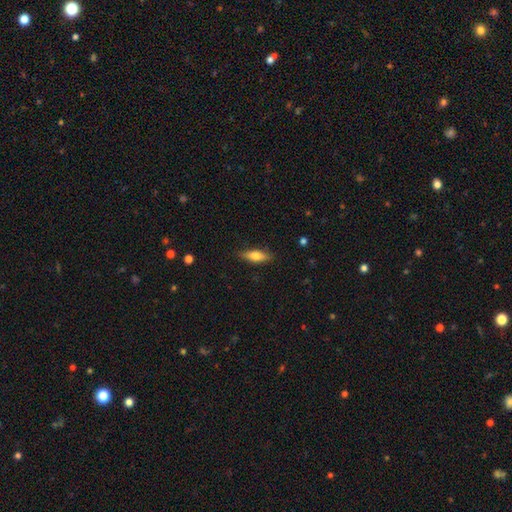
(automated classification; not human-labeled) A smooth galaxy with no disk features (62%) that is cigar-shaped (49%). Merging: none (86%).